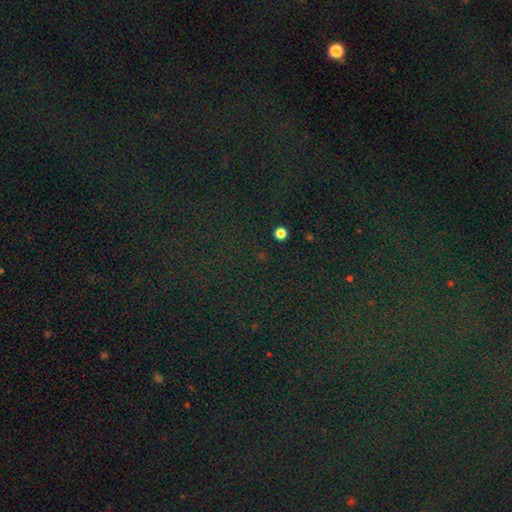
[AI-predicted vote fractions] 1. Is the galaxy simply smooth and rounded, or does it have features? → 81% star or artifact, 11% smooth, 8% featured or disk.